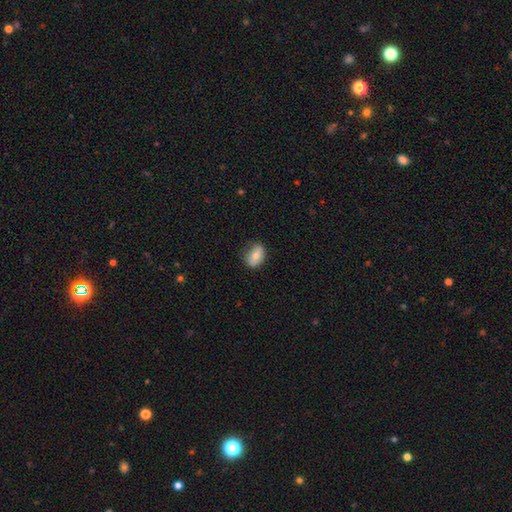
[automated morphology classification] A smooth galaxy with no disk features (67%) that is in between round and cigar-shaped (75%).

Vote fractions:
- Smooth or featured? smooth: 67% / featured or disk: 25% / star or artifact: 8%
- How rounded? in between: 75% / round: 23% / cigar-shaped: 2%
- Merging? none: 75% / minor disturbance: 19% / major disturbance: 4% / merger: 1%